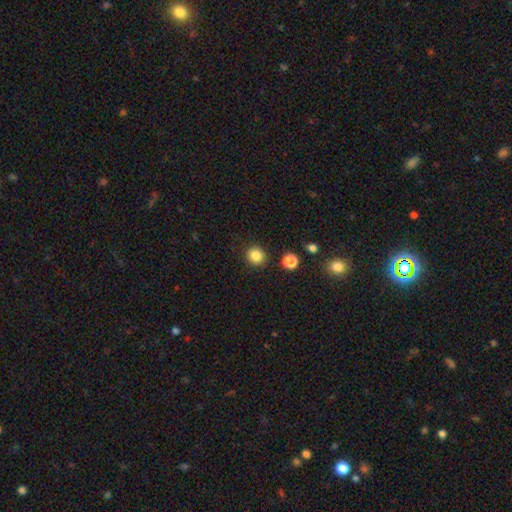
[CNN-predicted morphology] A smooth galaxy with no disk features (84%) that is round (85%).

Vote fractions:
- Smooth or featured? smooth: 84% / star or artifact: 11% / featured or disk: 5%
- How rounded? round: 85% / in between: 14% / cigar-shaped: 1%
- Merging? none: 89% / minor disturbance: 7% / major disturbance: 2% / merger: 2%